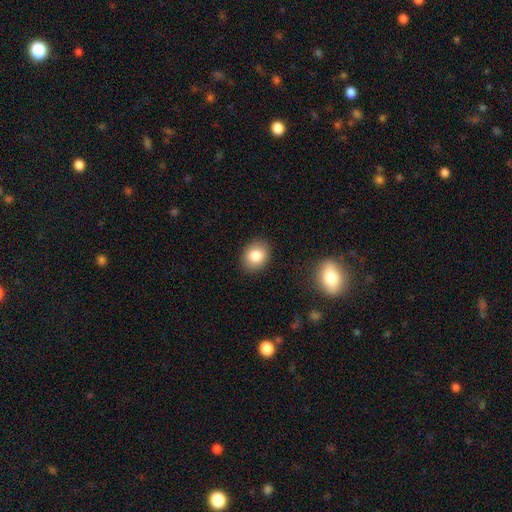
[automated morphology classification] Smooth or featured? Predicted: smooth (p=0.83). How rounded? Predicted: round (p=0.53). Merging? Predicted: none (p=0.89).